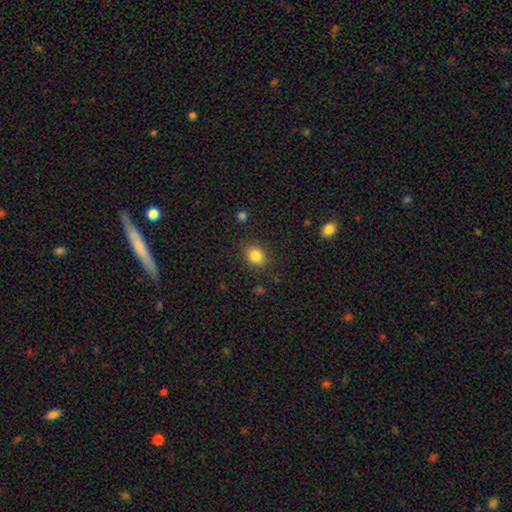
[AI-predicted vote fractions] A smooth galaxy with no disk features (84%) that is round (60%). Merging: none (85%).